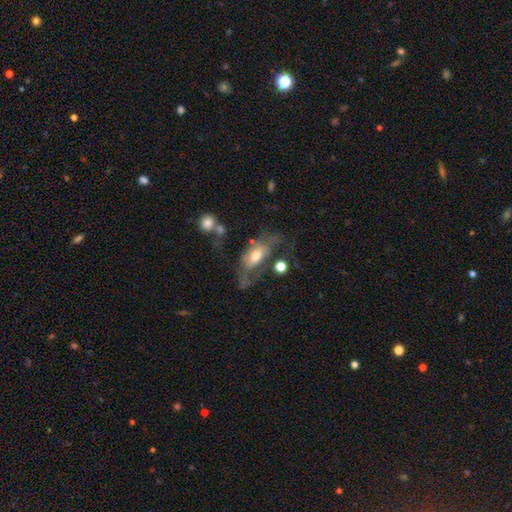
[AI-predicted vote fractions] Smooth or featured: smooth — 49% (featured or disk — 43%)
Merging: major disturbance — 39% (none — 29%)